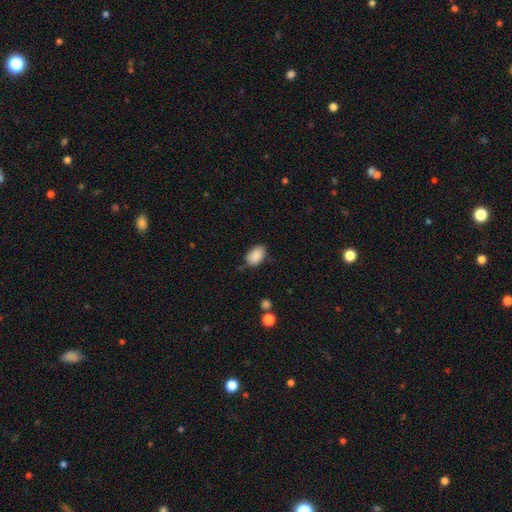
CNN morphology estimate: The model was most divided on "merging": none: 74%, minor disturbance: 20%, major disturbance: 4%, merger: 2%. More confident: how rounded — in between (89%); smooth or featured — smooth (89%).